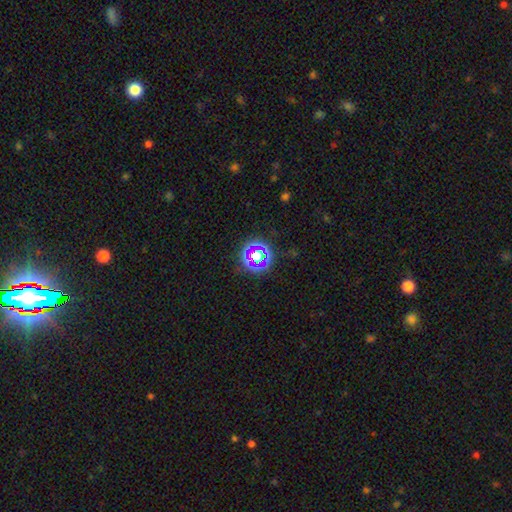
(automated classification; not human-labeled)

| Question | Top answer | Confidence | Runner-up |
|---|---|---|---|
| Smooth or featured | star or artifact | 54% | smooth (32%) |